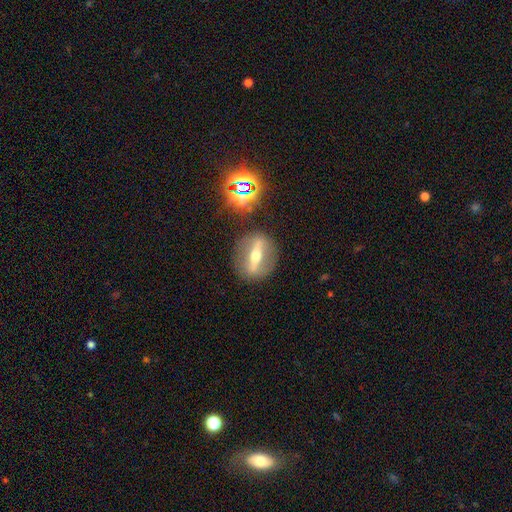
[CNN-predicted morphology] A featured or disk galaxy (73%) viewed edge-on (52%). Merging: none (85%).